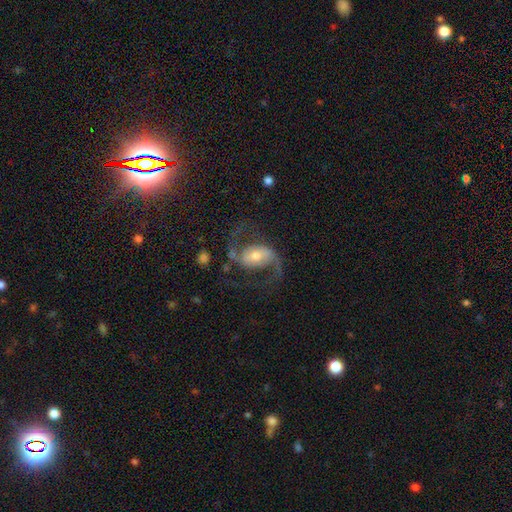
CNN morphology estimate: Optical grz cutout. It shows a featured or disk galaxy (87%) with a weak bar (42%), 2 (93%) loose (48%) spiral arms (96%) and a moderate central bulge (53%). Merging: none (69%).